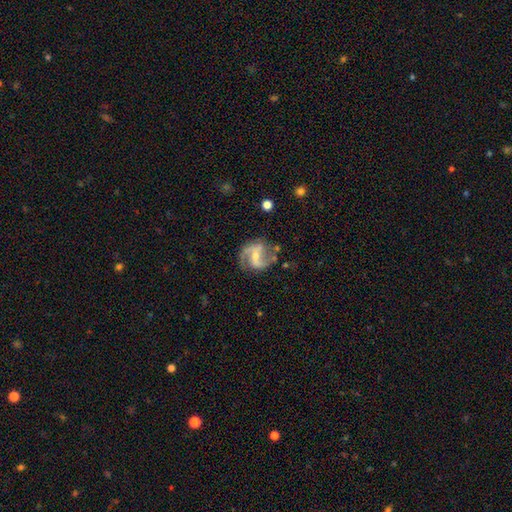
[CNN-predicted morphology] Smooth or featured? featured or disk (86%)
Edge-on disk? no (98%)
Bar? weak (43%)
Spiral arms? yes (96%)
Spiral winding? medium (45%)
Spiral arm count? 2 (90%)
Bulge size? small (57%)
Merging? none (73%)